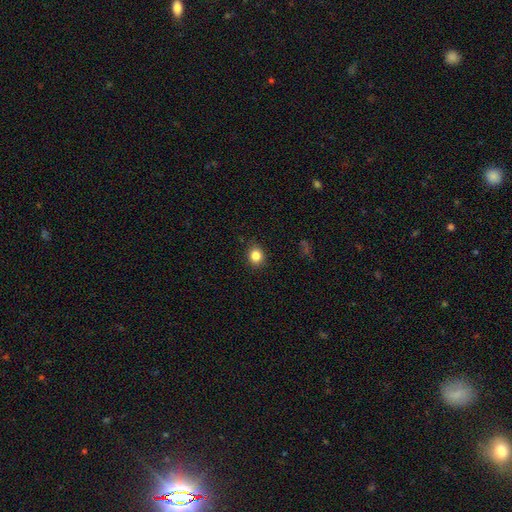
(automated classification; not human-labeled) Morphology: type=smooth (84%); roundness=round (72%); merging=none (88%).